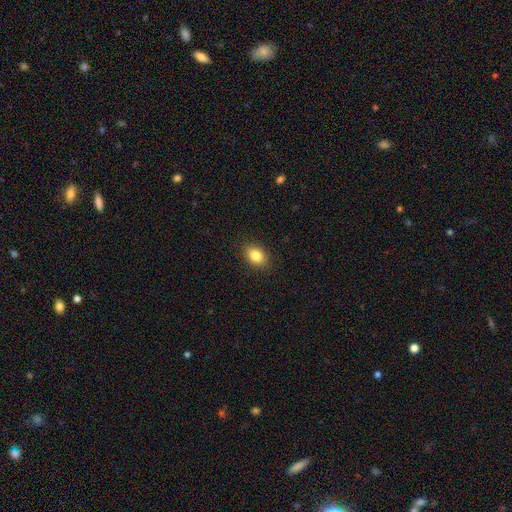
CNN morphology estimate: The model was most divided on "how rounded": in between: 75%, round: 24%, cigar-shaped: 1%. More confident: merging — none (88%); smooth or featured — smooth (84%).